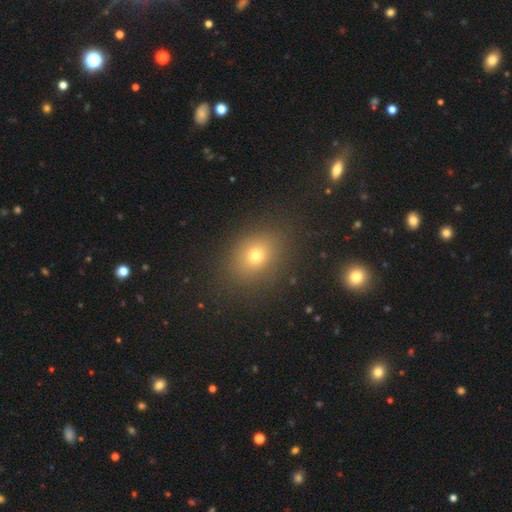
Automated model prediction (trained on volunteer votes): Smooth or featured?
  - smooth: 74% *
  - star or artifact: 16%
  - featured or disk: 10%
How rounded?
  - in between: 55% *
  - round: 44%
  - cigar-shaped: 1%
Merging?
  - none: 85% *
  - minor disturbance: 10%
  - major disturbance: 4%
  - merger: 2%